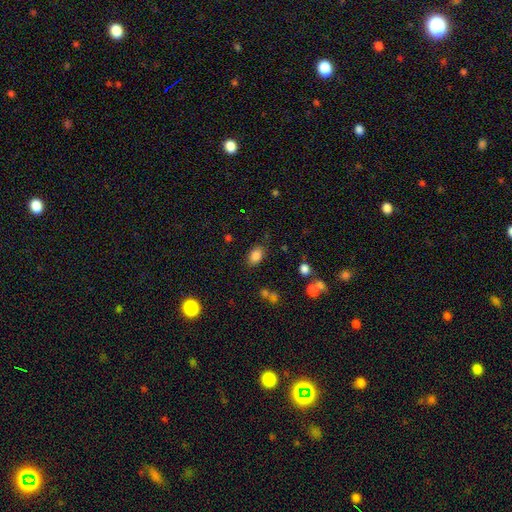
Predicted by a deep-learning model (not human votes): smooth 84%, star or artifact 10%, featured or disk 6%. Down the decision tree: how rounded — in between (85%); merging — none (80%).